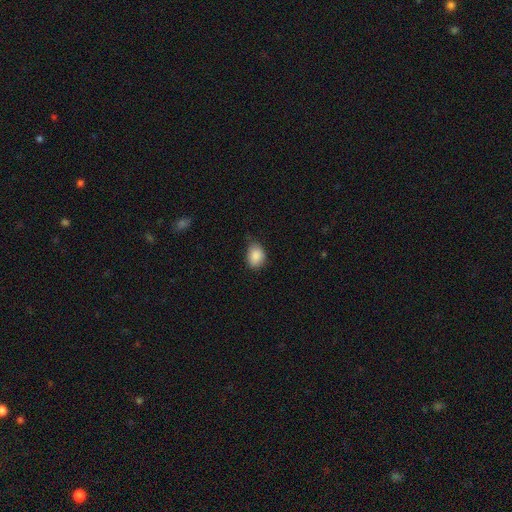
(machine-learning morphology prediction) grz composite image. It shows a smooth galaxy with no disk features (88%) that is in between round and cigar-shaped (64%). Merging: none (62%).